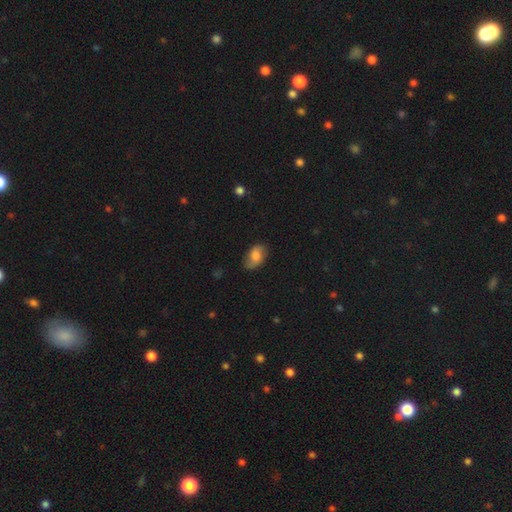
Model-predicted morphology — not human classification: type=smooth (63%); roundness=in between (88%); merging=none (76%).